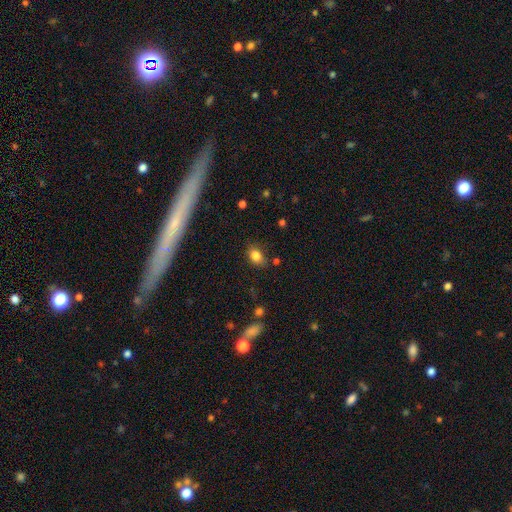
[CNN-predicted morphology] This appears to be a smooth galaxy with no disk features (82%) that is in between round and cigar-shaped (71%). Merging: none (74%).